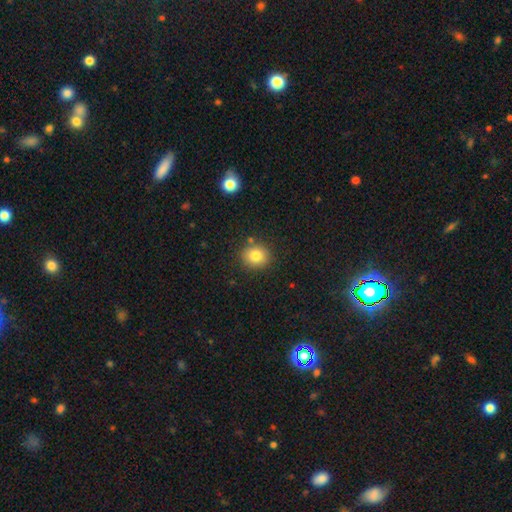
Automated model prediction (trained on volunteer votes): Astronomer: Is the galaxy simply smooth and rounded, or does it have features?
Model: smooth — 81%.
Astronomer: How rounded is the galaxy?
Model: round — 79%.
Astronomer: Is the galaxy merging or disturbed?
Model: none — 84%.